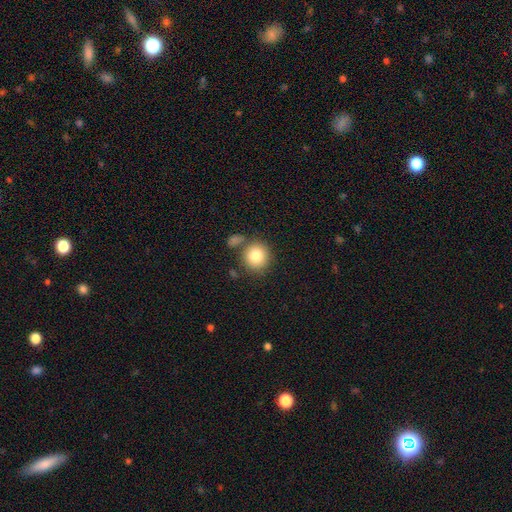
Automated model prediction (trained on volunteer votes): The model was most divided on "merging": none: 71%, merger: 13%, minor disturbance: 11%, major disturbance: 4%. More confident: how rounded — round (87%); smooth or featured — smooth (82%).